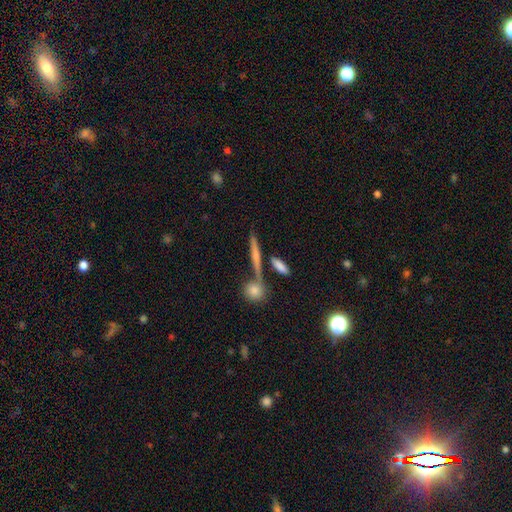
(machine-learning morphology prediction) Smooth or featured? Predicted: smooth (p=0.46). Merging? Predicted: none (p=0.71).